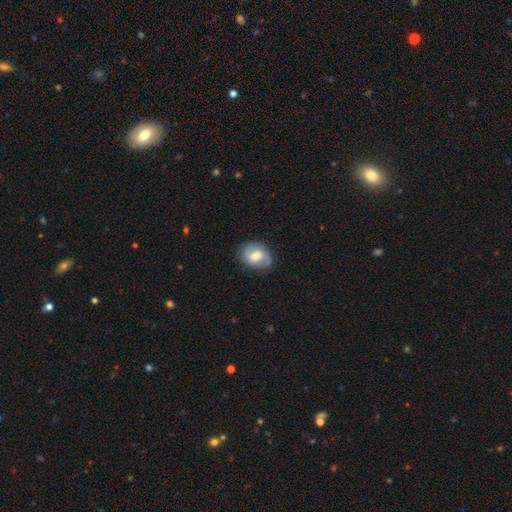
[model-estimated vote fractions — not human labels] The model was most divided on "smooth or featured": featured or disk: 47%, smooth: 46%, star or artifact: 7%. More confident: merging — none (75%).